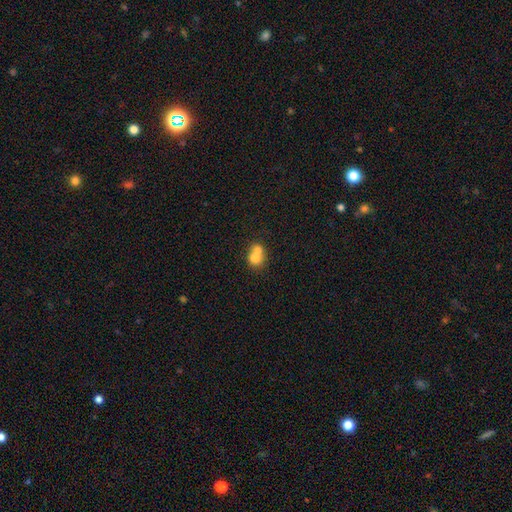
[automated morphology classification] The model was most divided on "how rounded": round: 69%, in between: 30%, cigar-shaped: 1%. More confident: smooth or featured — smooth (72%); merging — merger (68%).